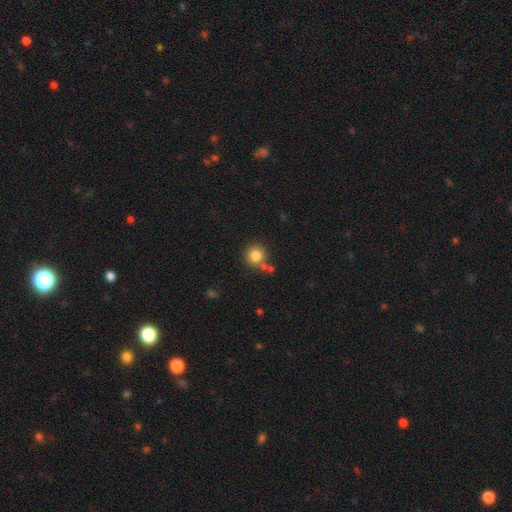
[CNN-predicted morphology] smooth 83%, star or artifact 11%, featured or disk 6%. Down the decision tree: how rounded — round (92%); merging — none (73%).